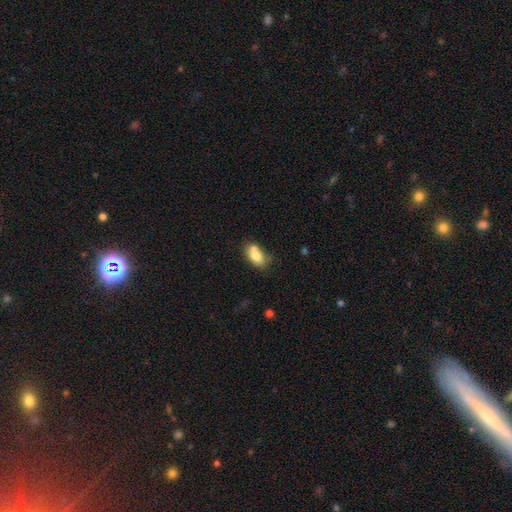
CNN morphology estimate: A smooth galaxy with no disk features (76%) that is in between round and cigar-shaped (86%). Merging: none (44%).